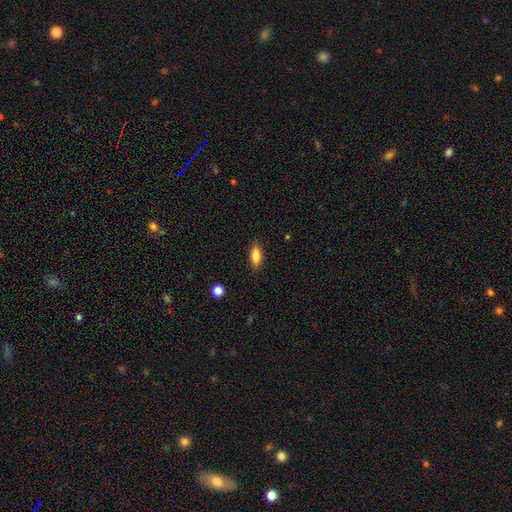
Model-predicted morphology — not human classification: smooth_or_featured: smooth (p=0.84) [alt: featured or disk p=0.09]
how_rounded: in between (p=0.79) [alt: cigar-shaped p=0.18]
merging: none (p=0.88) [alt: minor disturbance p=0.09]